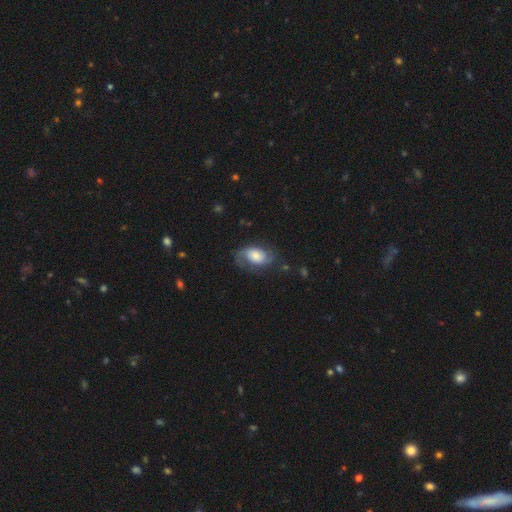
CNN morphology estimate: Smooth or featured: featured or disk — 56% (smooth — 37%)
Edge-on disk: no — 96% (yes — 4%)
Bar: no — 68% (weak — 25%)
Spiral arms: yes — 86% (no — 14%)
Bulge size: moderate — 39% (small — 27%)
Merging: none — 57% (minor disturbance — 23%)